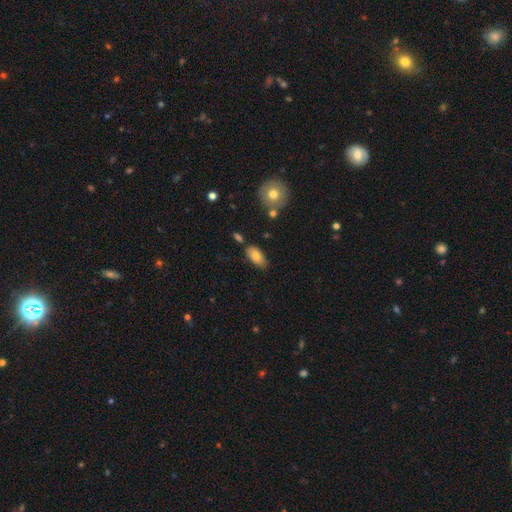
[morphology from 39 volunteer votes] A smooth galaxy with no disk features (72%) that is in between round and cigar-shaped (96%). Merging: none (60%).